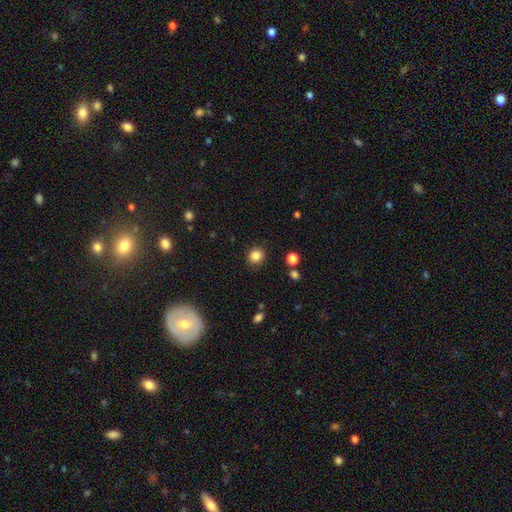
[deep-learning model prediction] Overall: smooth (84%). How rounded: round (84%). Merging: none (89%).